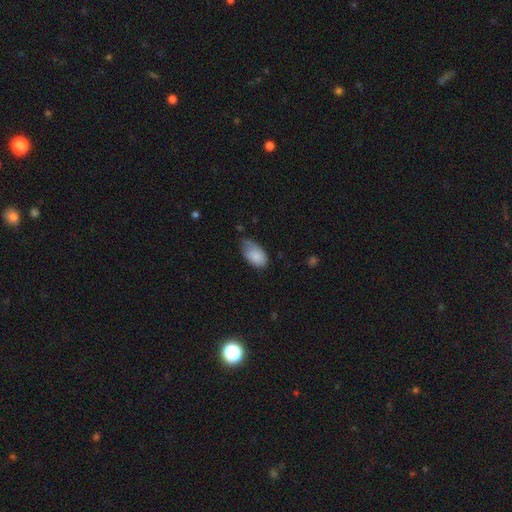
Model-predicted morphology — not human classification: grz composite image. It shows a smooth galaxy with no disk features (84%) that is in between round and cigar-shaped (93%). Merging: minor disturbance (47%).